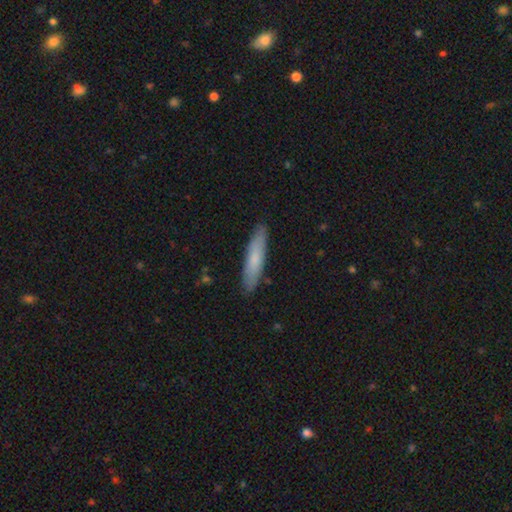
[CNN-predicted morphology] A smooth galaxy with no disk features (71%) that is cigar-shaped (86%). Merging: none (88%).